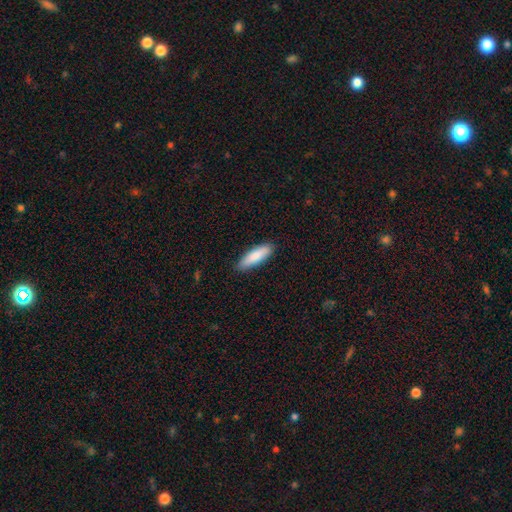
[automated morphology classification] Q: Smooth or featured?
A: smooth (85%); runner-up: featured or disk (10%)
Q: How rounded?
A: cigar-shaped (53%); runner-up: in between (45%)
Q: Merging?
A: none (88%); runner-up: minor disturbance (9%)